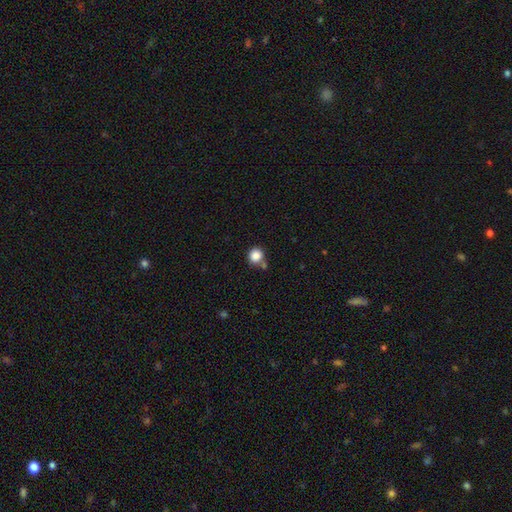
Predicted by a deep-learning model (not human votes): The model was most divided on "merging": none: 70%, merger: 15%, minor disturbance: 11%, major disturbance: 3%. More confident: how rounded — round (88%); smooth or featured — smooth (86%).